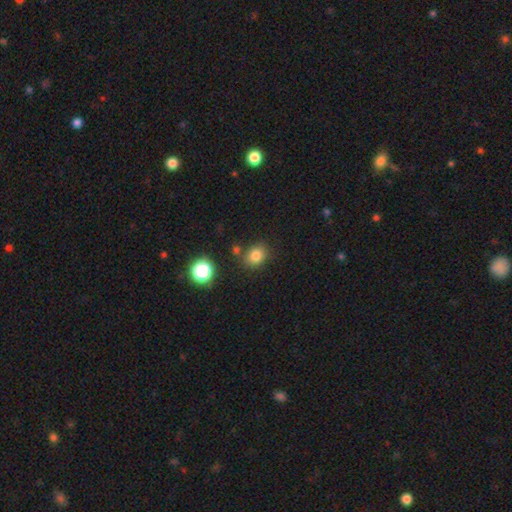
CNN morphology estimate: A smooth galaxy with no disk features (79%) that is round (58%). Merging: none (75%).